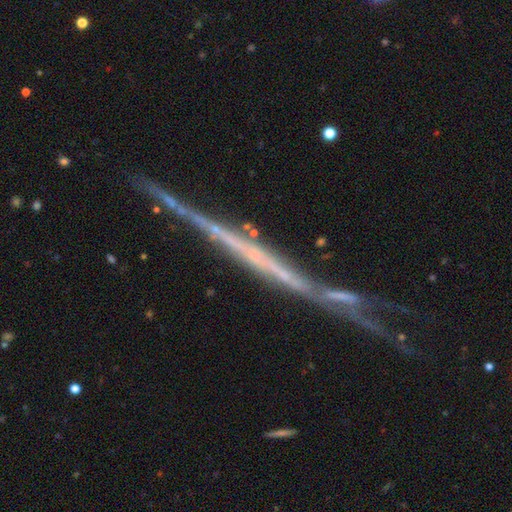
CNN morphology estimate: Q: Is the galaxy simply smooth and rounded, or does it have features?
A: featured or disk — 77%.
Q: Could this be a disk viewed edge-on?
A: yes — 96%.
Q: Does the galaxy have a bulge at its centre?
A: none — 85%.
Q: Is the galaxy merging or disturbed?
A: none — 72%.